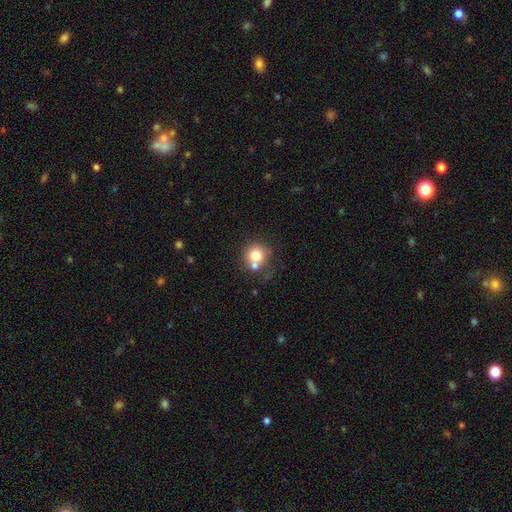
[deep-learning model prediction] A smooth galaxy with no disk features (74%) that is round (87%).

Vote fractions:
- Smooth or featured? smooth: 74% / featured or disk: 15% / star or artifact: 11%
- How rounded? round: 87% / in between: 12% / cigar-shaped: 1%
- Merging? none: 51% / merger: 33% / minor disturbance: 11% / major disturbance: 5%